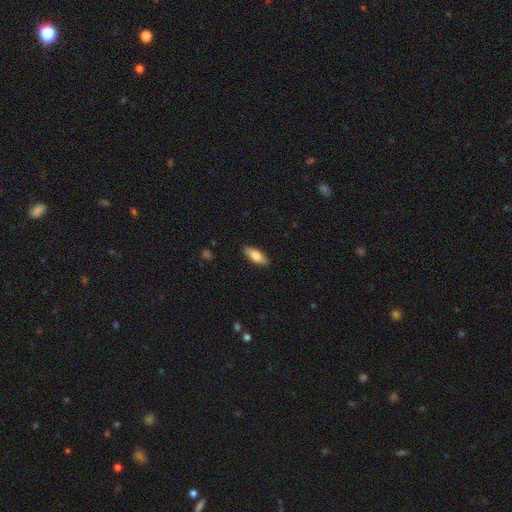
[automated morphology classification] Smooth or featured? smooth (78%)
How rounded? in between (69%)
Merging? none (89%)